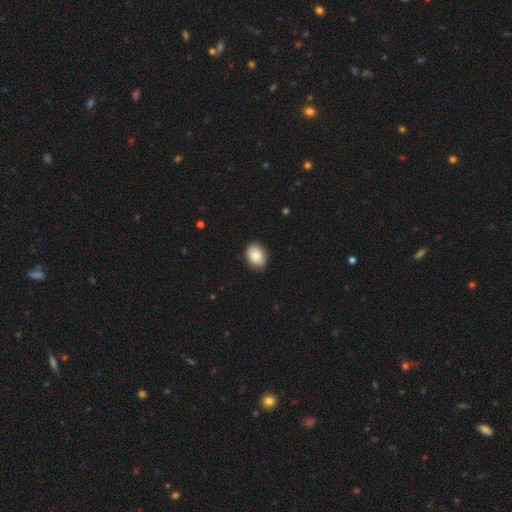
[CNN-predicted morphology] A smooth galaxy with no disk features (83%) that is in between round and cigar-shaped (71%).

Vote fractions:
- Smooth or featured? smooth: 83% / featured or disk: 10% / star or artifact: 7%
- How rounded? in between: 71% / round: 28% / cigar-shaped: 1%
- Merging? none: 86% / minor disturbance: 11% / major disturbance: 2% / merger: 1%